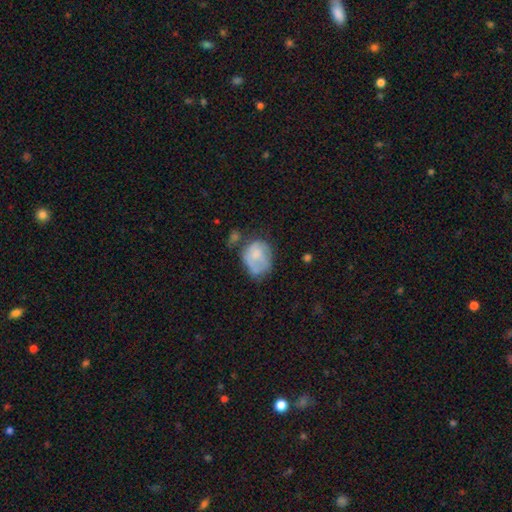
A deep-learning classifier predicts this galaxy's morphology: type=smooth (60%); roundness=in between (51%); merging=none (35%).